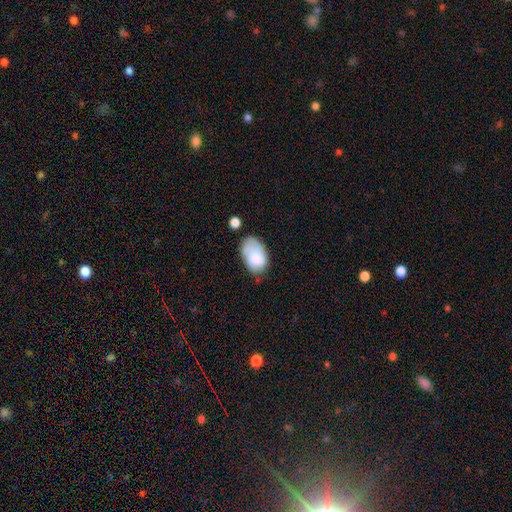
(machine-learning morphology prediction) Q: Smooth or featured?
A: smooth (75%); runner-up: featured or disk (18%)
Q: How rounded?
A: in between (91%); runner-up: round (8%)
Q: Merging?
A: none (46%); runner-up: minor disturbance (33%)